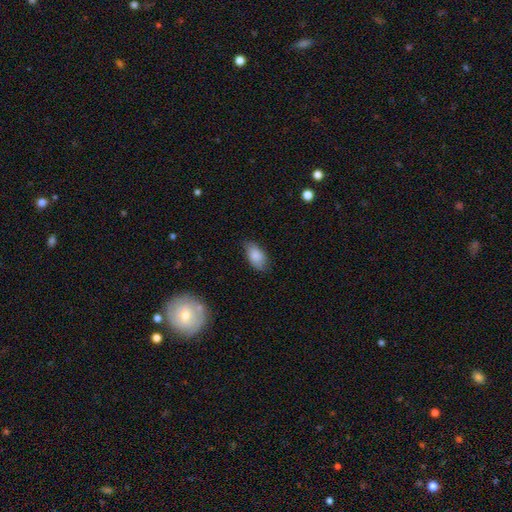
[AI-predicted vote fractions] A smooth galaxy with no disk features (85%) that is in between round and cigar-shaped (92%). Merging: none (76%).